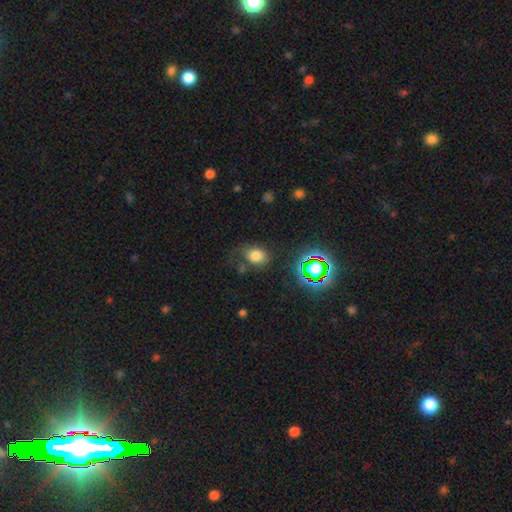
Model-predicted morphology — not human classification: This is likely a smooth galaxy (73%). How rounded: possibly in between (54%). Merging: likely none (61%).